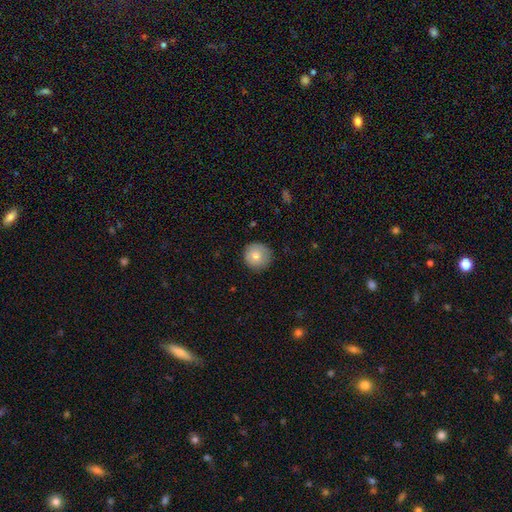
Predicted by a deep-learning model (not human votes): A smooth galaxy with no disk features (79%) that is round (95%).

Vote fractions:
- Smooth or featured? smooth: 79% / featured or disk: 13% / star or artifact: 8%
- How rounded? round: 95% / in between: 4% / cigar-shaped: 1%
- Merging? none: 86% / minor disturbance: 11% / major disturbance: 2% / merger: 1%